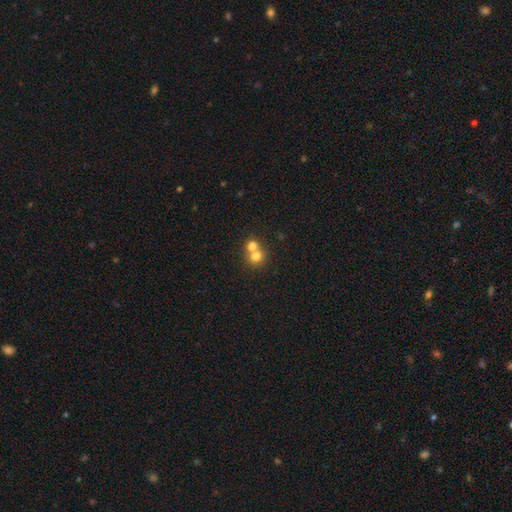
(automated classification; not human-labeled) Q: Smooth or featured?
A: smooth (74%); runner-up: featured or disk (14%)
Q: How rounded?
A: round (79%); runner-up: in between (20%)
Q: Merging?
A: merger (63%); runner-up: none (30%)